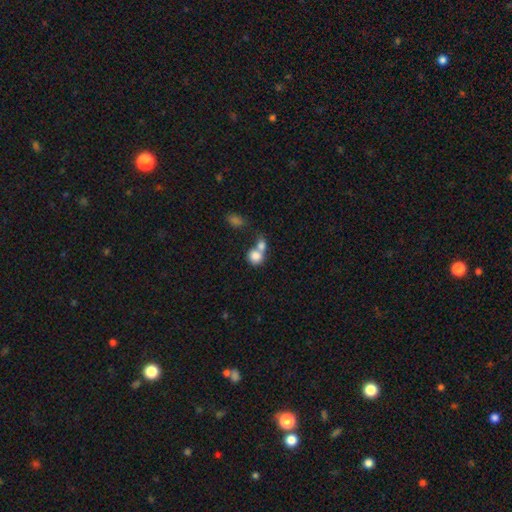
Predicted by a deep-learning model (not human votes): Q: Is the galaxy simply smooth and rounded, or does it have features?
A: smooth — 81%.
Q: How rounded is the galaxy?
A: round — 74%.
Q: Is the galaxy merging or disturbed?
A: merger — 60%.